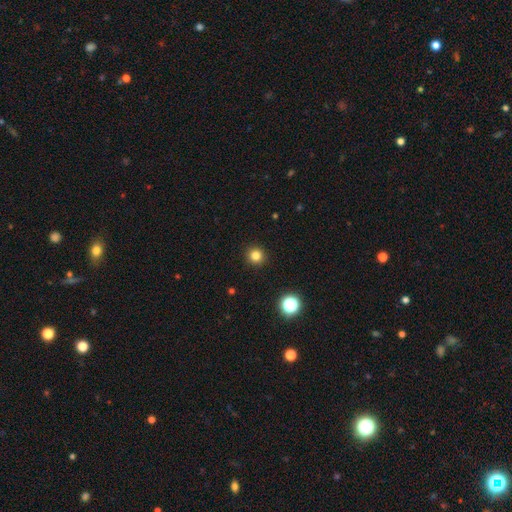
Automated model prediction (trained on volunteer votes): This is clearly a smooth galaxy (81%). How rounded: clearly round (95%). Merging: clearly none (93%).